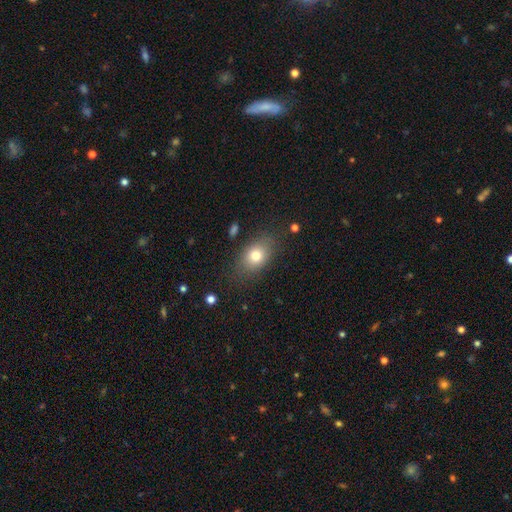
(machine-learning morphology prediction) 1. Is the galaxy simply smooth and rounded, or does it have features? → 77% smooth, 14% featured or disk, 10% star or artifact.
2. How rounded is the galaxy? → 77% in between, 21% round, 2% cigar-shaped.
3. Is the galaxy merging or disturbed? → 78% none, 14% minor disturbance, 5% major disturbance, 2% merger.